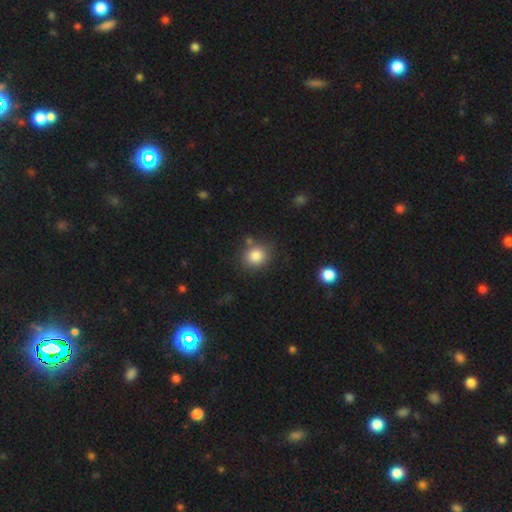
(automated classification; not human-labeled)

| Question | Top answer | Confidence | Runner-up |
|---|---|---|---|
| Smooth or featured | smooth | 85% | star or artifact (10%) |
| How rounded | round | 81% | in between (18%) |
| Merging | none | 78% | minor disturbance (12%) |